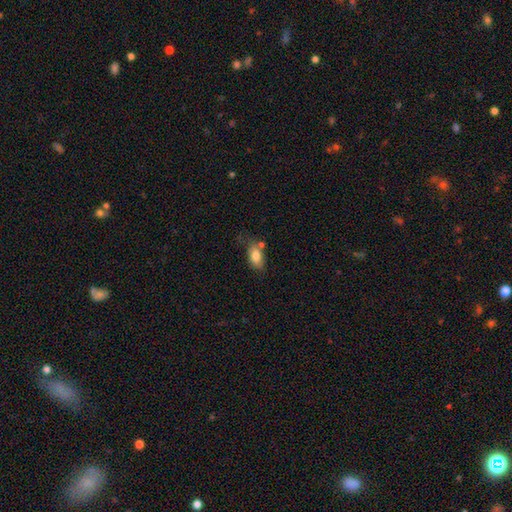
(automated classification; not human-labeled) This appears to be a smooth galaxy with no disk features (81%) that is in between round and cigar-shaped (89%). Merging: none (58%).